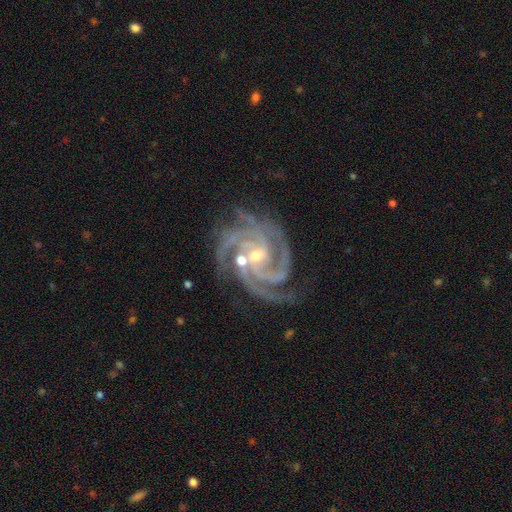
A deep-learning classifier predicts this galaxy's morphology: This is clearly a featured or disk galaxy (92%). It is clearly not viewed edge-on (98%). Bar: marginally weak (41%). Spiral arm pattern: clearly yes (99%). Spiral arm count: marginally 4 (44%). Spiral winding: likely tight (69%). Central bulge: possibly small (56%). Merging: likely none (70%).